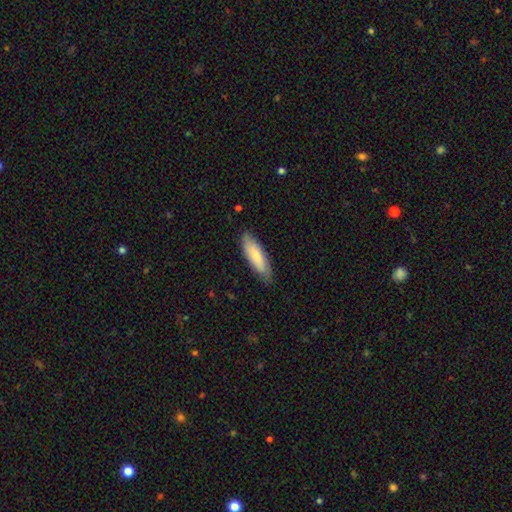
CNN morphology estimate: Smooth or featured?
  - smooth: 80% *
  - featured or disk: 15%
  - star or artifact: 5%
How rounded?
  - cigar-shaped: 52% *
  - in between: 46%
  - round: 1%
Merging?
  - none: 81% *
  - minor disturbance: 15%
  - major disturbance: 2%
  - merger: 1%